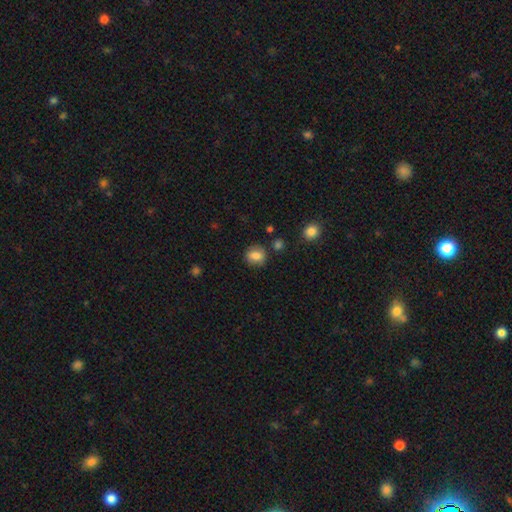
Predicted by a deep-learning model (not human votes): A smooth galaxy with no disk features (81%) that is round (64%).

Vote fractions:
- Smooth or featured? smooth: 81% / featured or disk: 10% / star or artifact: 9%
- How rounded? round: 64% / in between: 35% / cigar-shaped: 1%
- Merging? none: 78% / minor disturbance: 14% / major disturbance: 4% / merger: 4%